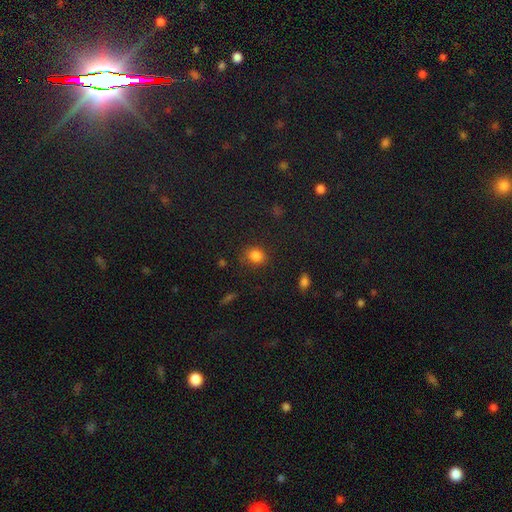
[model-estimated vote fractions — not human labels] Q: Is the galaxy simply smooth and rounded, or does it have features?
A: smooth — 83%.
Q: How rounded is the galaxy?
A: round — 58%.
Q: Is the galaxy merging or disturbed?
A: none — 80%.